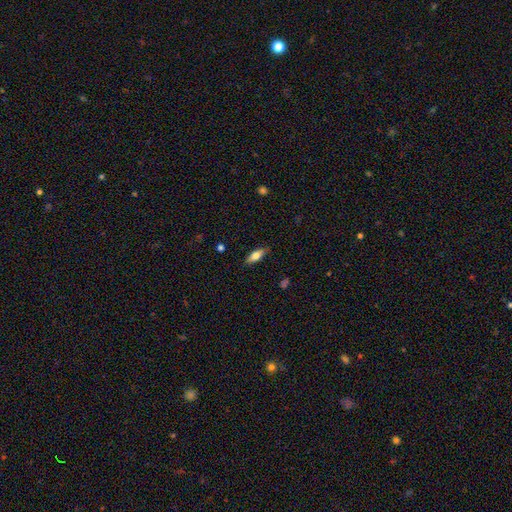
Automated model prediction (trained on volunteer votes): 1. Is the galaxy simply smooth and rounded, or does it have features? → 69% smooth, 24% featured or disk, 7% star or artifact.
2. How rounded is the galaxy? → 70% in between, 28% cigar-shaped, 3% round.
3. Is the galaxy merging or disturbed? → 85% none, 11% minor disturbance, 2% major disturbance, 1% merger.